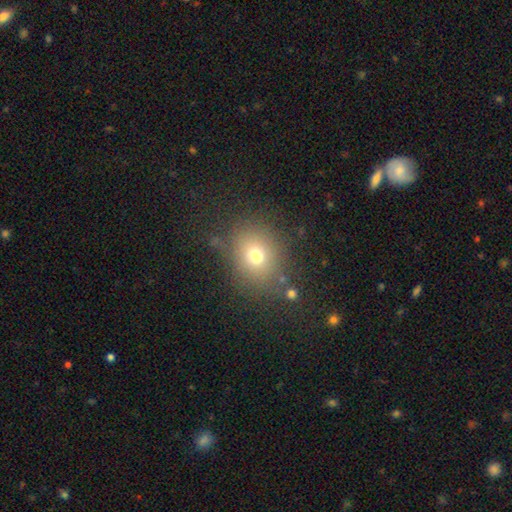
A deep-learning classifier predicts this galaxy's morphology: This is likely a smooth galaxy (71%). How rounded: likely round (66%). Merging: likely none (76%).